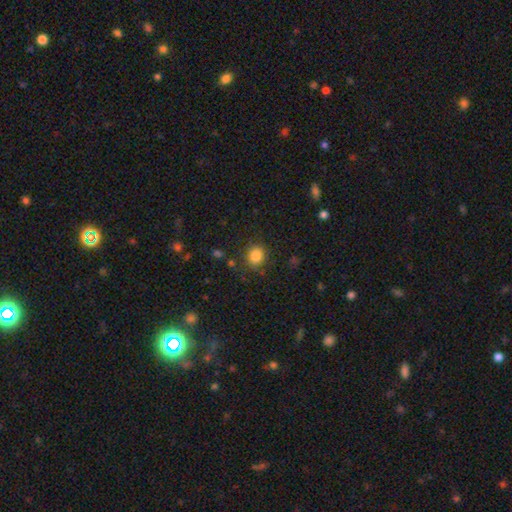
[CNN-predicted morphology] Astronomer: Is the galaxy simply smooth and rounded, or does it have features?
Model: smooth — 84%.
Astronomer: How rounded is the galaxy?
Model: round — 74%.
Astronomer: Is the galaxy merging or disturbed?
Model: none — 82%.